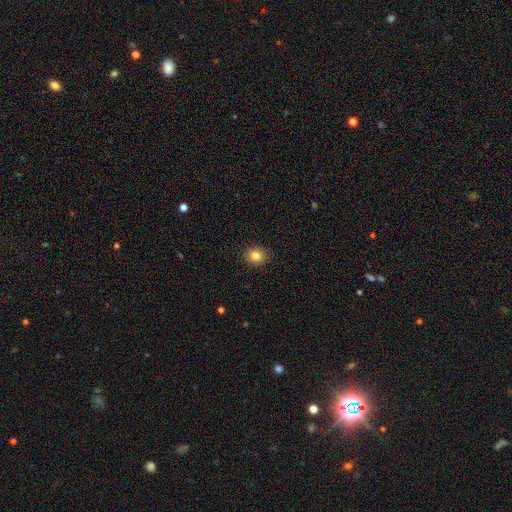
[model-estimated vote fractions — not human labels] Smooth or featured? smooth (83%)
How rounded? round (80%)
Merging? none (91%)